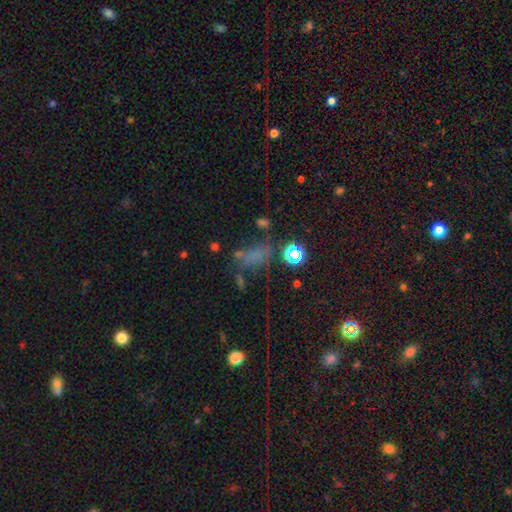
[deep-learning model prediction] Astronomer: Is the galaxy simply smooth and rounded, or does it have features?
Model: smooth — 45% (runner-up: star or artifact, 38%).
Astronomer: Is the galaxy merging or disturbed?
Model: none — 39% (runner-up: major disturbance, 27%).